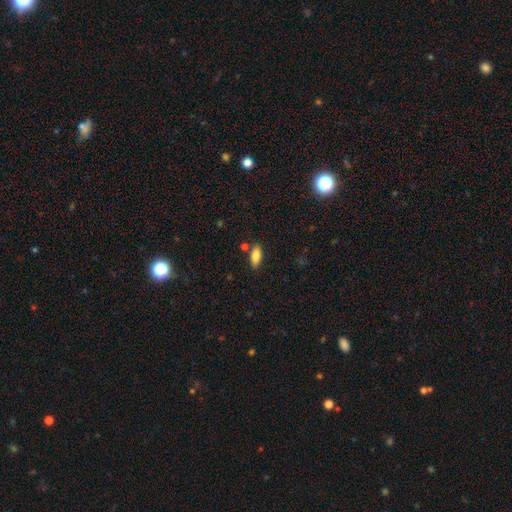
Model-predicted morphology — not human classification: smooth_or_featured: smooth (p=0.80) [alt: featured or disk p=0.12]
how_rounded: in between (p=0.77) [alt: cigar-shaped p=0.20]
merging: none (p=0.83) [alt: minor disturbance p=0.10]